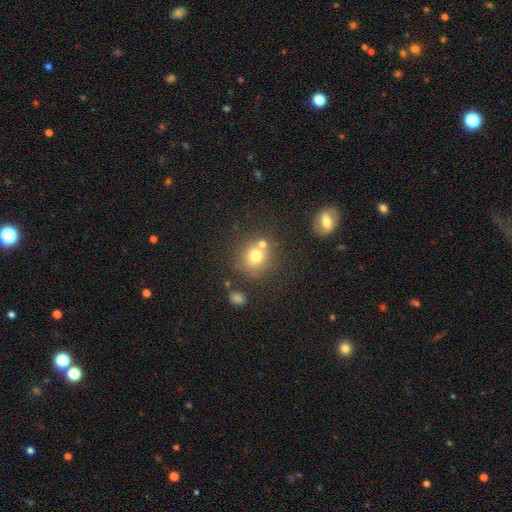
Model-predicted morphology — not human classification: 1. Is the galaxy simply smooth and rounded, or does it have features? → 72% smooth, 14% star or artifact, 14% featured or disk.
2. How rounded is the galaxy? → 87% round, 12% in between, 1% cigar-shaped.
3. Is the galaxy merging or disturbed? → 61% none, 24% merger, 11% minor disturbance, 4% major disturbance.